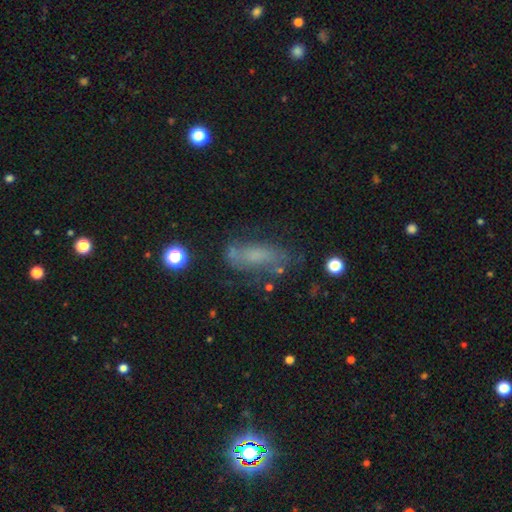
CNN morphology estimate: Smooth or featured: smooth — 46% (featured or disk — 38%)
Merging: none — 53% (minor disturbance — 24%)